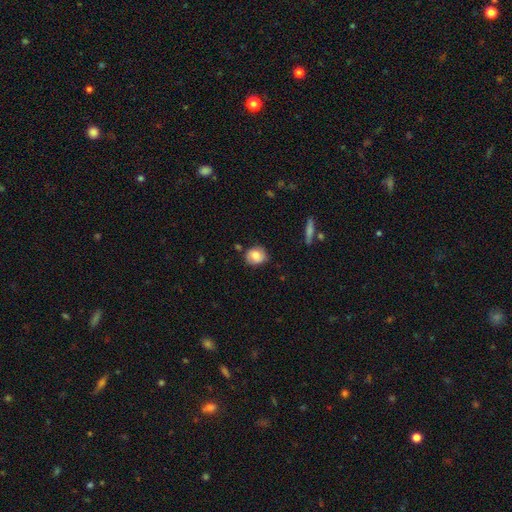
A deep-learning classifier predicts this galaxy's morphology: Smooth or featured: smooth — 73% (featured or disk — 19%)
How rounded: round — 72% (in between — 27%)
Merging: none — 77% (minor disturbance — 17%)